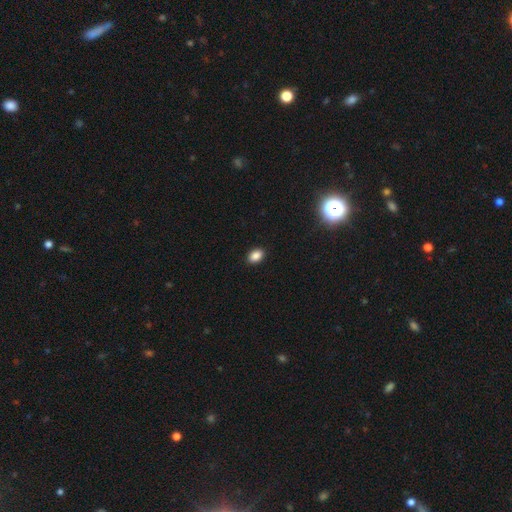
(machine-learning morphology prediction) smooth-or-featured: smooth: 87% | star or artifact: 10% | featured or disk: 3%
  how-rounded: in between: 79% | round: 20% | cigar-shaped: 1%
  merging: none: 91% | minor disturbance: 6% | major disturbance: 2% | merger: 1%